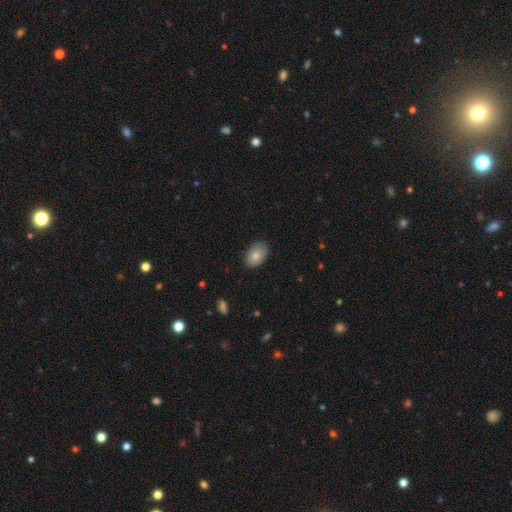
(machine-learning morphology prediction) Overall: smooth (83%). How rounded: in between (88%). Merging: none (80%).